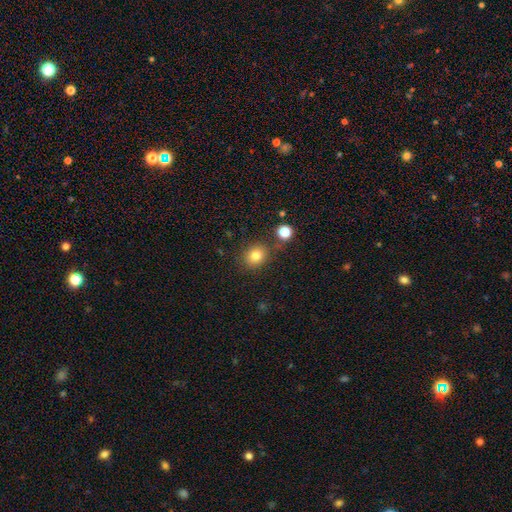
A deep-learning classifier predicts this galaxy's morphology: Q: Smooth or featured?
A: smooth (81%); runner-up: star or artifact (12%)
Q: How rounded?
A: round (67%); runner-up: in between (32%)
Q: Merging?
A: none (76%); runner-up: minor disturbance (12%)